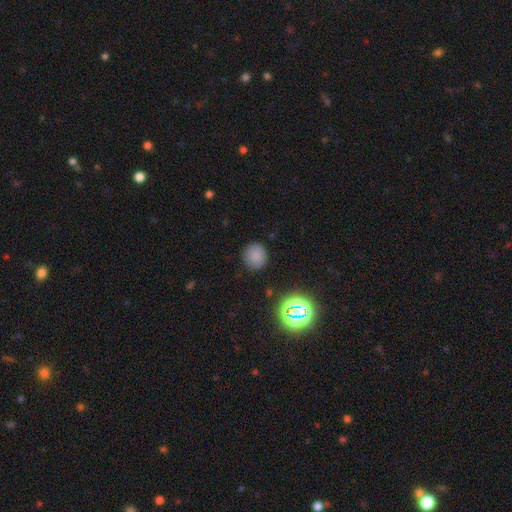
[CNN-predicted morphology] smooth-or-featured: smooth: 78% | star or artifact: 16% | featured or disk: 5%
  how-rounded: round: 89% | in between: 10% | cigar-shaped: 1%
  merging: none: 86% | minor disturbance: 9% | major disturbance: 3% | merger: 1%